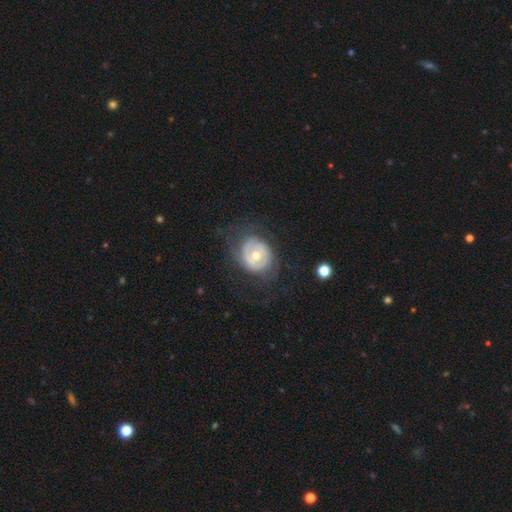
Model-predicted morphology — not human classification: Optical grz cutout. It shows a featured or disk galaxy (66%) with no bar (69%), spiral arms (64%) and a moderate central bulge (70%). Merging: none (63%).